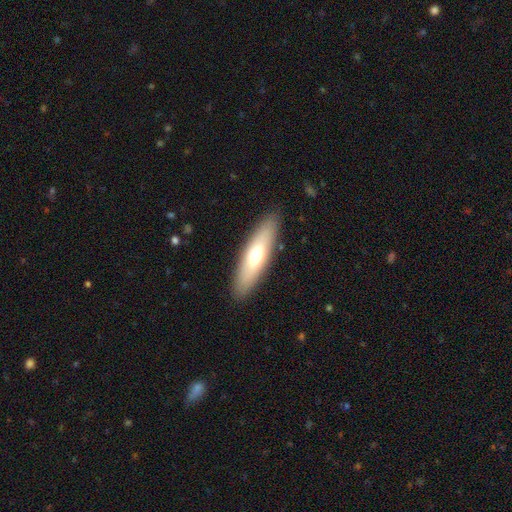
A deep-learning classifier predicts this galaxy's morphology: smooth 58%, featured or disk 35%, star or artifact 6%. Down the decision tree: how rounded — cigar-shaped (55%); merging — none (88%).